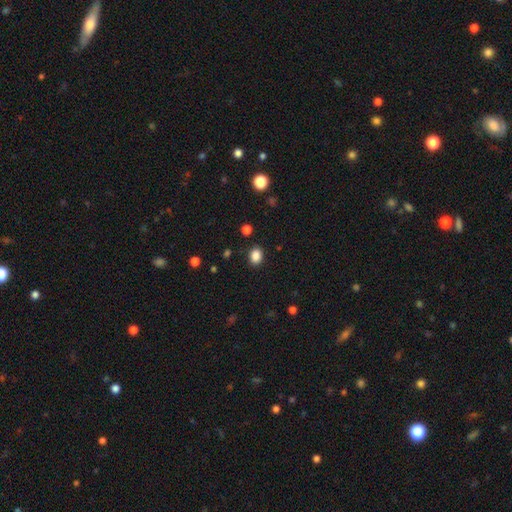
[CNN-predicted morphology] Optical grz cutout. It shows a smooth galaxy with no disk features (87%) that is in between round and cigar-shaped (59%). Merging: none (88%).